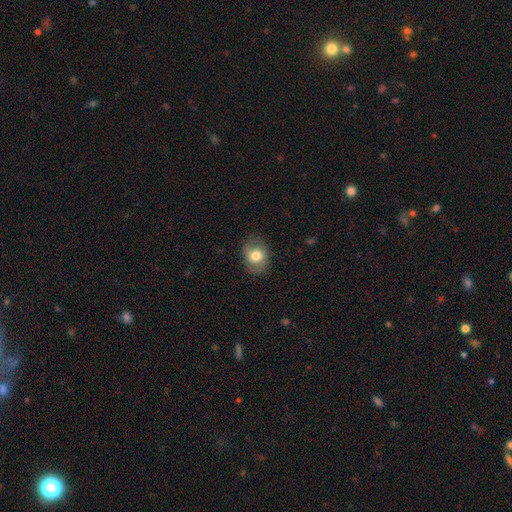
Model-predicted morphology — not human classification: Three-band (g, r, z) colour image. It shows a smooth galaxy with no disk features (72%) that is in between round and cigar-shaped (57%). Merging: none (80%).